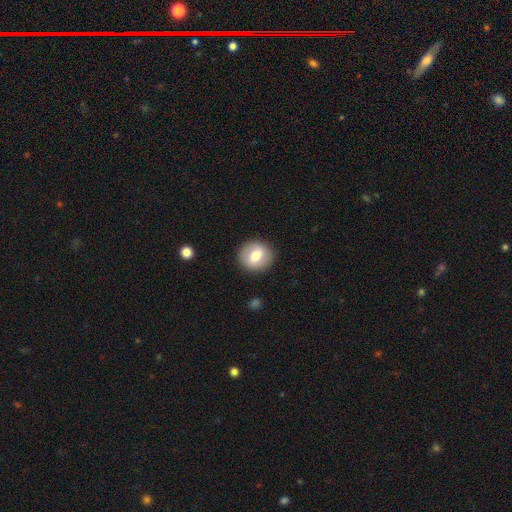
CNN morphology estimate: smooth_or_featured: smooth (p=0.70) [alt: featured or disk p=0.22]
how_rounded: round (p=0.81) [alt: in between p=0.18]
merging: none (p=0.88) [alt: minor disturbance p=0.08]